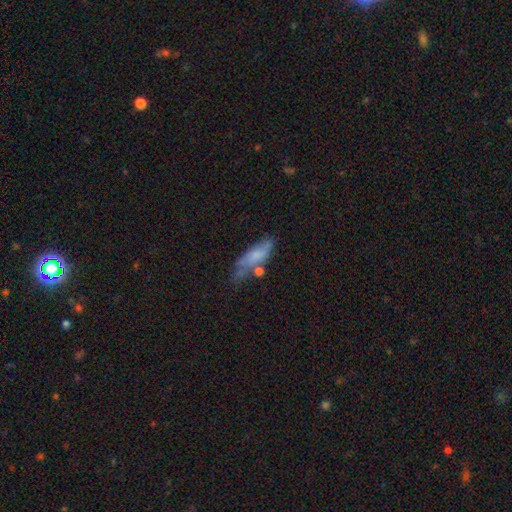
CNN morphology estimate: This appears to be a smooth galaxy with no disk features (63%) that is in between round and cigar-shaped (53%). Merging: none (40%).